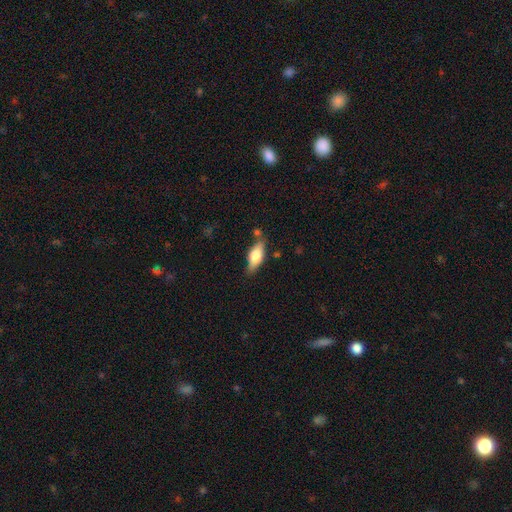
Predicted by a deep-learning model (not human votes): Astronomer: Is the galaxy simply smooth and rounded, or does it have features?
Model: smooth — 65%.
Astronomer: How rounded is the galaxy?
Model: in between — 77%.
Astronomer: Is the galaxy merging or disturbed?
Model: none — 71%.